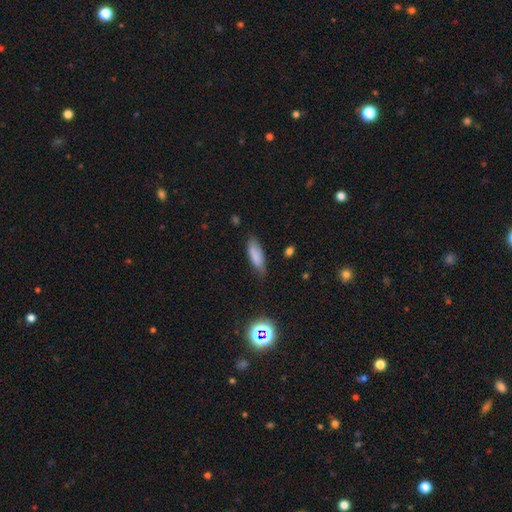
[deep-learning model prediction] This appears to be a smooth galaxy with no disk features (80%) that is in between round and cigar-shaped (62%). Merging: none (67%).